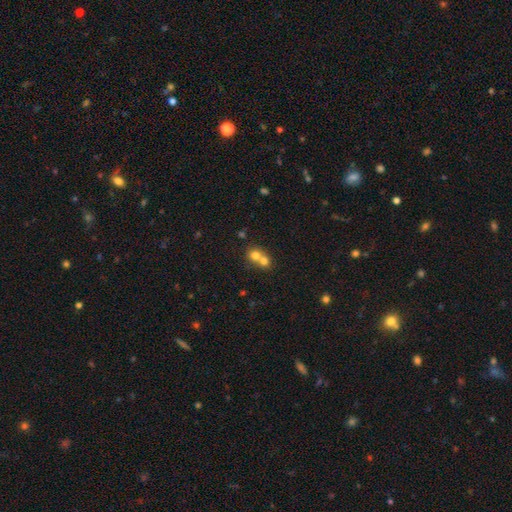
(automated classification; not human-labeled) Overall: smooth (72%). How rounded: round (77%). Merging: merger (67%; none 27%).